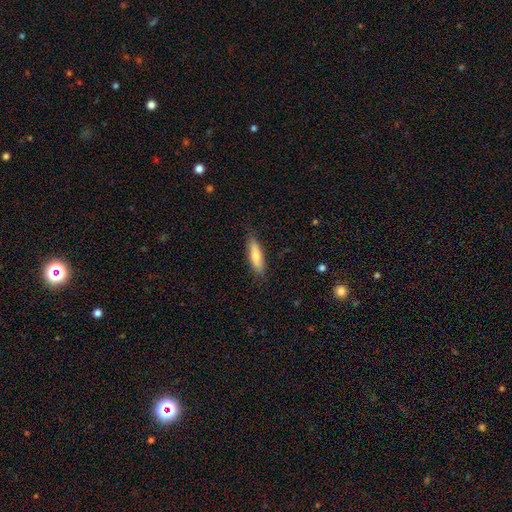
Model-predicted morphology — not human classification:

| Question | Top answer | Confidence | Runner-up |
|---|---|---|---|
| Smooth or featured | smooth | 71% | featured or disk (23%) |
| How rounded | cigar-shaped | 65% | in between (33%) |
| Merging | none | 84% | minor disturbance (12%) |